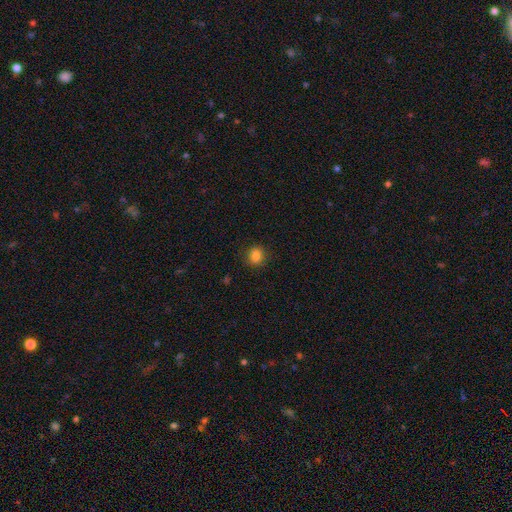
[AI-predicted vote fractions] The model was most divided on "how rounded": round: 81%, in between: 18%, cigar-shaped: 1%. More confident: merging — none (88%); smooth or featured — smooth (83%).